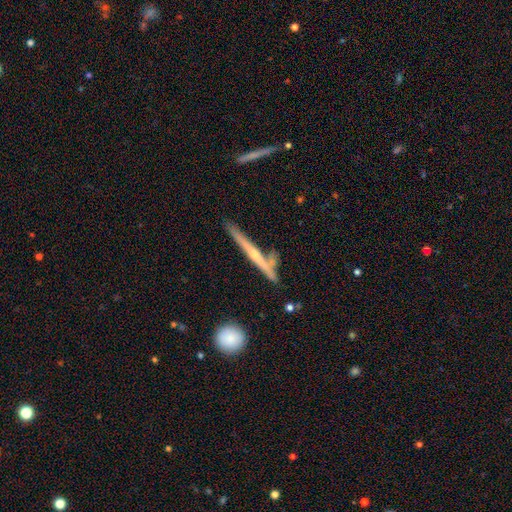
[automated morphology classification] A featured or disk galaxy (66%) viewed edge-on (96%) with a rounded central bulge (53%).

Vote fractions:
- Smooth or featured? featured or disk: 66% / smooth: 28% / star or artifact: 7%
- Edge-on disk? yes: 96% / no: 4%
- Edge-on bulge? rounded: 53% / none: 40% / boxy: 6%
- Merging? none: 67% / minor disturbance: 19% / merger: 9% / major disturbance: 4%